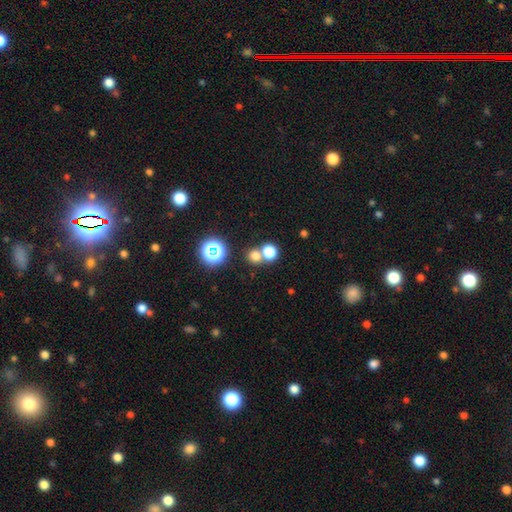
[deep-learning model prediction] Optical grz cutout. It shows a smooth galaxy with no disk features (70%) that is round (84%). Merging: none (56%).